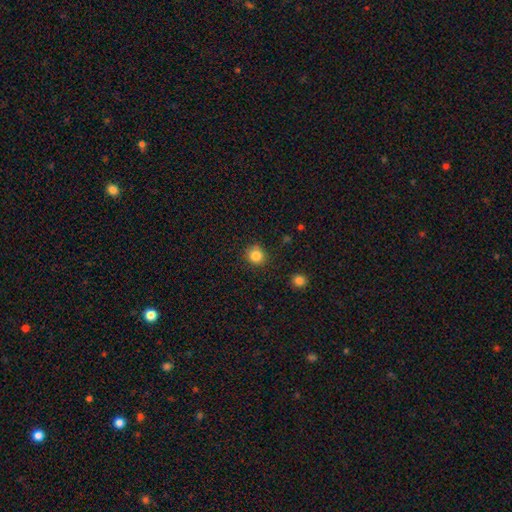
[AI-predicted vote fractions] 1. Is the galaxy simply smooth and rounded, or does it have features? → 84% smooth, 11% star or artifact, 5% featured or disk.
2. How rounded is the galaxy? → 90% round, 9% in between, 1% cigar-shaped.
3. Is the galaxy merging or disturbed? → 88% none, 8% minor disturbance, 2% major disturbance, 2% merger.